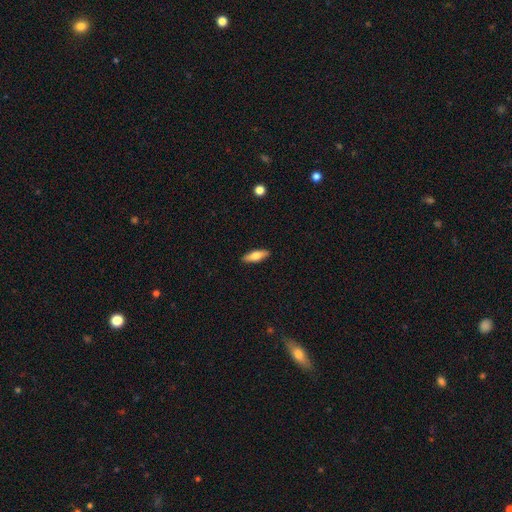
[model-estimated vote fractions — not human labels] Smooth or featured? Predicted: smooth (p=0.66). How rounded? Predicted: in between (p=0.53). Merging? Predicted: none (p=0.90).